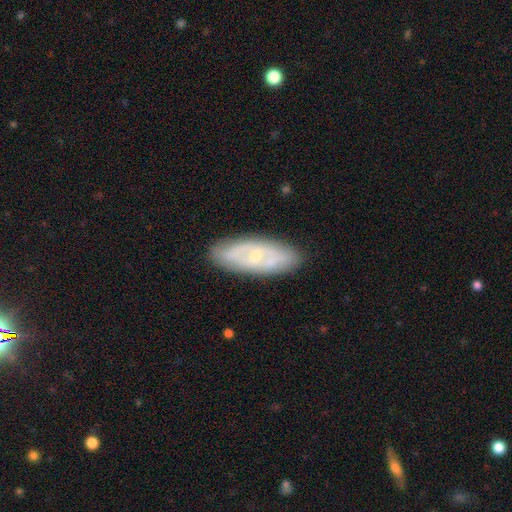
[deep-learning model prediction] Smooth or featured: featured or disk — 63% (smooth — 31%)
Edge-on disk: no — 85% (yes — 15%)
Bar: no — 55% (weak — 34%)
Spiral arms: yes — 60% (no — 40%)
Bulge size: small — 66% (moderate — 28%)
Merging: none — 83% (minor disturbance — 13%)